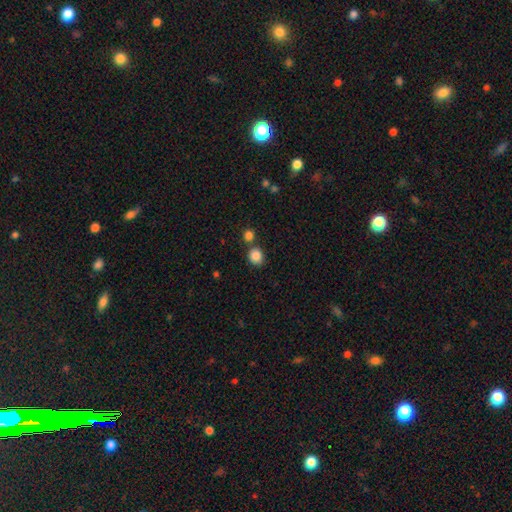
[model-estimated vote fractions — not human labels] Morphology: type=smooth (86%); roundness=round (81%); merging=none (65%).